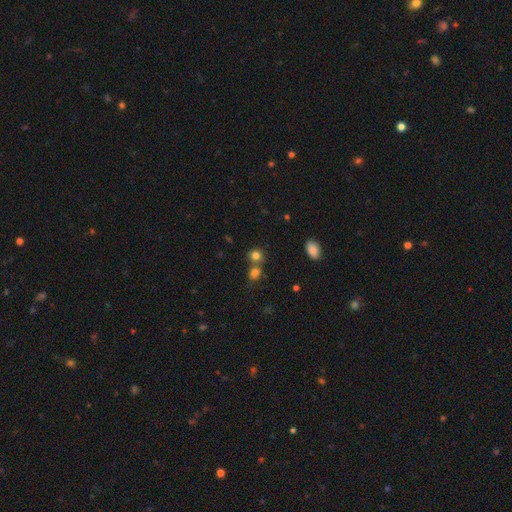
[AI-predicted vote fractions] Smooth or featured?
  - smooth: 80% *
  - star or artifact: 13%
  - featured or disk: 7%
How rounded?
  - round: 78% *
  - in between: 21%
  - cigar-shaped: 1%
Merging?
  - none: 56% *
  - merger: 31%
  - minor disturbance: 9%
  - major disturbance: 3%